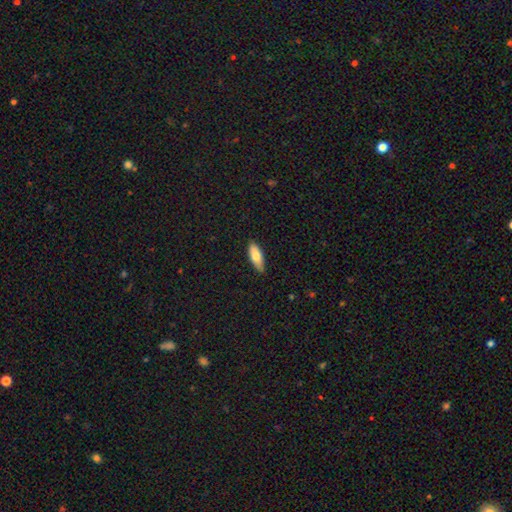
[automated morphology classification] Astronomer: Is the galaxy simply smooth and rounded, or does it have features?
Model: smooth — 74%.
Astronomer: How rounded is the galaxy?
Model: in between — 66%.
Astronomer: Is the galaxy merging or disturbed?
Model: none — 85%.